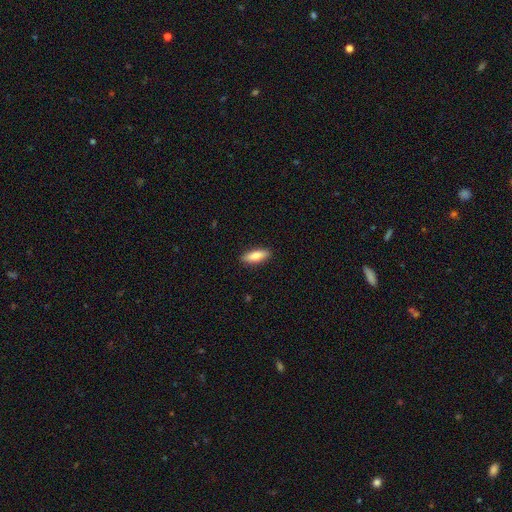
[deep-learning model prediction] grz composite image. It shows a smooth galaxy with no disk features (81%) that is in between round and cigar-shaped (64%). Merging: none (90%).